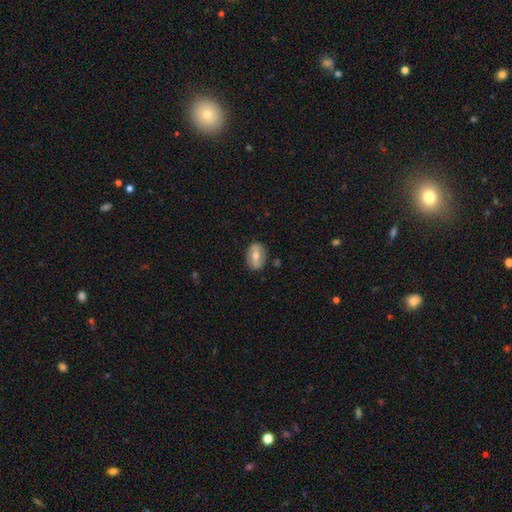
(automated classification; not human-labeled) A featured or disk galaxy (47%).

Vote fractions:
- Smooth or featured? featured or disk: 47% / smooth: 46% / star or artifact: 7%
- Merging? none: 84% / minor disturbance: 12% / major disturbance: 3% / merger: 2%